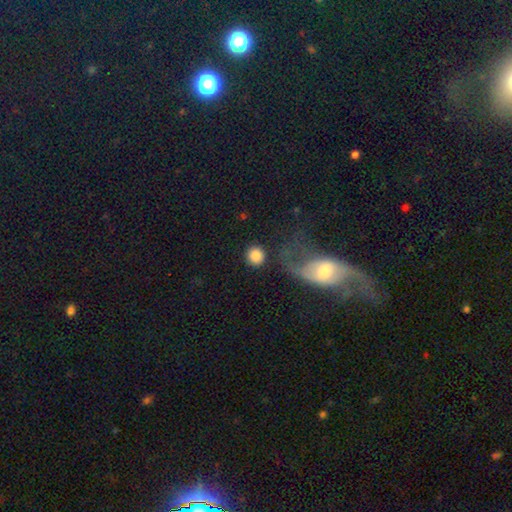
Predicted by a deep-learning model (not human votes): Smooth or featured? smooth (85%)
How rounded? round (88%)
Merging? none (77%)